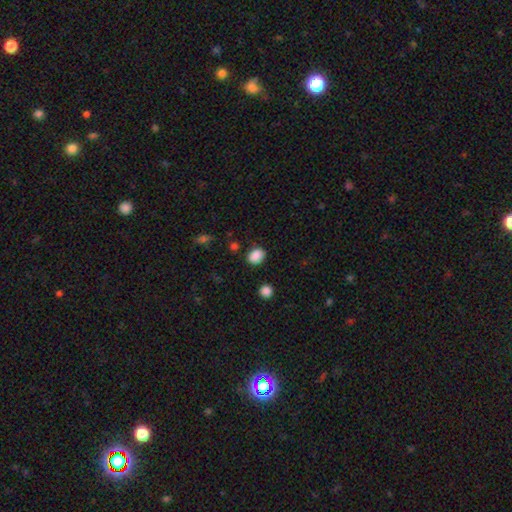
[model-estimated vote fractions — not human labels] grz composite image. It shows a smooth galaxy with no disk features (87%) that is in between round and cigar-shaped (60%). Merging: none (82%).